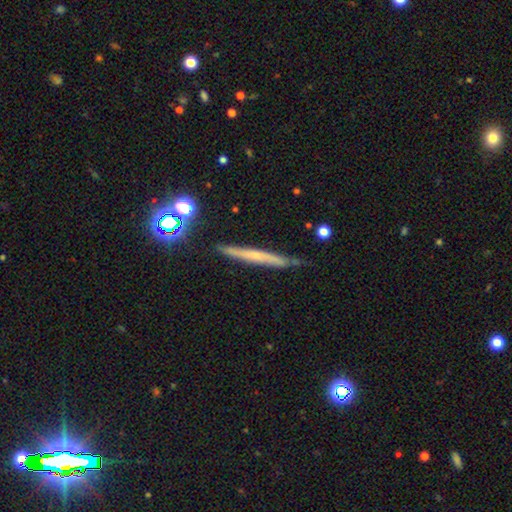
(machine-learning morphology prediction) smooth-or-featured: featured or disk: 54% | smooth: 36% | star or artifact: 10%
  disk-edge-on: yes: 94% | no: 6%
    edge-on-bulge: none: 59% | rounded: 36% | boxy: 5%
  merging: none: 82% | minor disturbance: 13% | major disturbance: 2% | merger: 2%